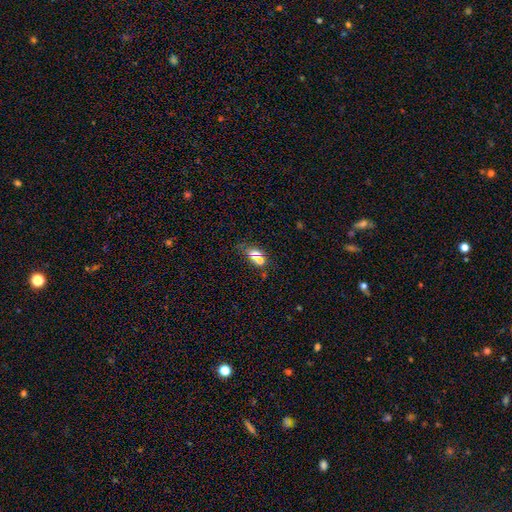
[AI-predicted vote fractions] Smooth or featured? Predicted: smooth (p=0.61). How rounded? Predicted: in between (p=0.66). Merging? Predicted: none (p=0.45).